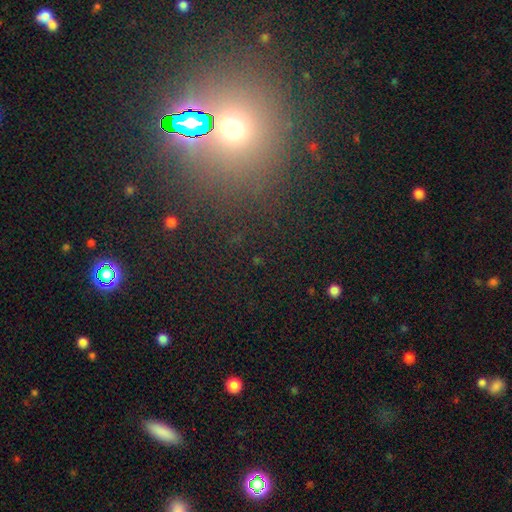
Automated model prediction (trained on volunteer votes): A star or artifact, not a galaxy (66%).

Vote fractions:
- Smooth or featured? star or artifact: 66% / smooth: 25% / featured or disk: 9%